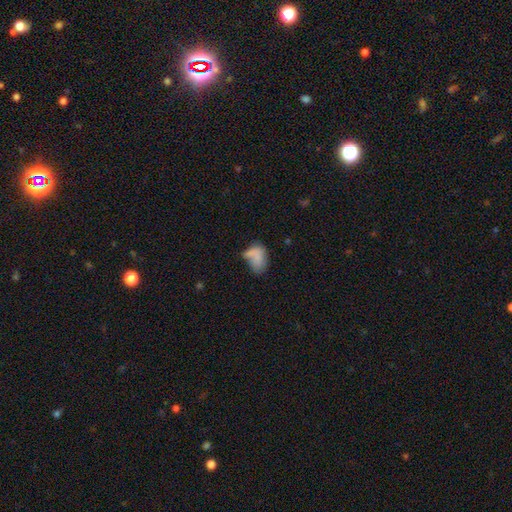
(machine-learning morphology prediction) A smooth galaxy with no disk features (71%) that is in between round and cigar-shaped (87%). Merging: none (30%).